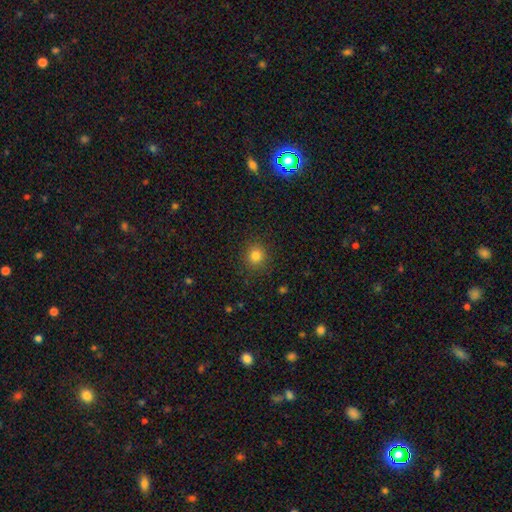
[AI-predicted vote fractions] This appears to be a smooth galaxy with no disk features (81%) that is round (90%). Merging: none (89%).